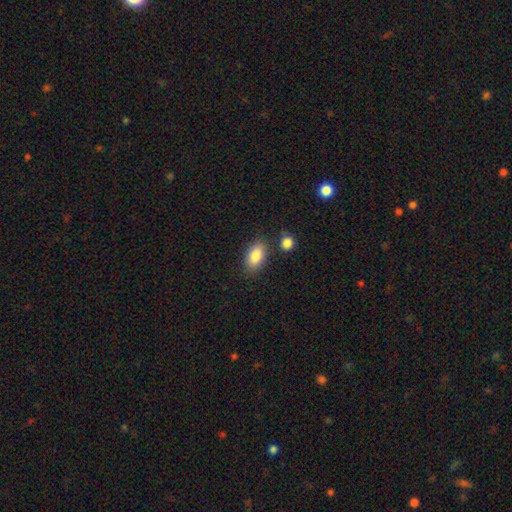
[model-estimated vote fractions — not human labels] smooth 87%, featured or disk 7%, star or artifact 7%. Down the decision tree: how rounded — in between (91%); merging — none (79%).